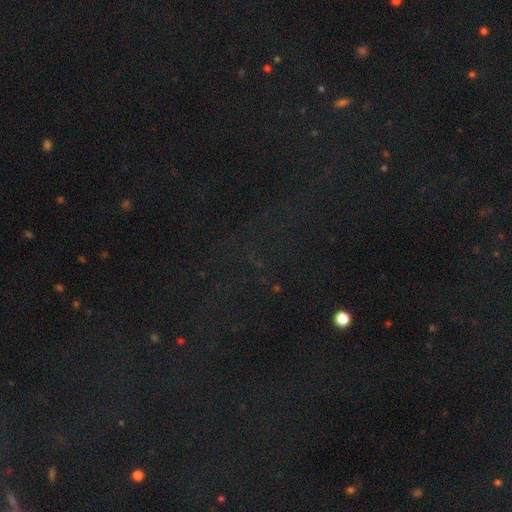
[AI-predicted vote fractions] Smooth or featured?
  - star or artifact: 78% *
  - smooth: 13%
  - featured or disk: 8%